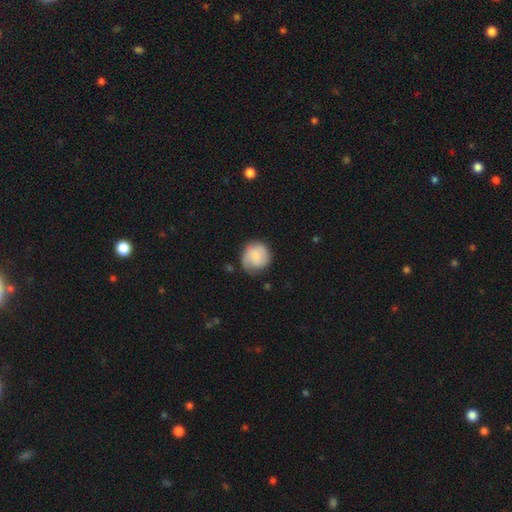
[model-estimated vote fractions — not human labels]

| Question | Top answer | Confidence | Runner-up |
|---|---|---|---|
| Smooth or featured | smooth | 62% | featured or disk (31%) |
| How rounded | round | 86% | in between (13%) |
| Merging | none | 64% | minor disturbance (26%) |